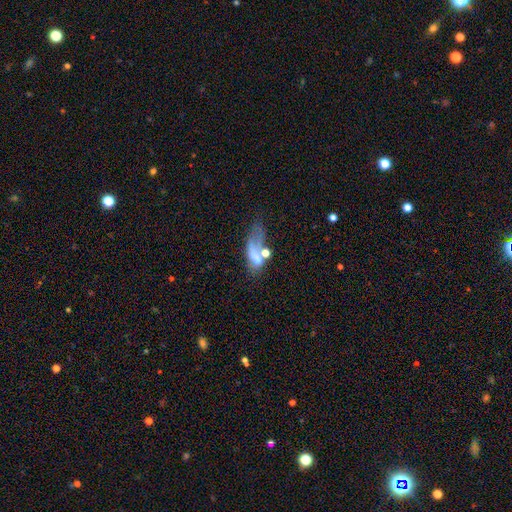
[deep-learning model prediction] Smooth or featured: smooth — 52% (featured or disk — 33%)
How rounded: in between — 78% (cigar-shaped — 12%)
Merging: major disturbance — 38% (merger — 25%)